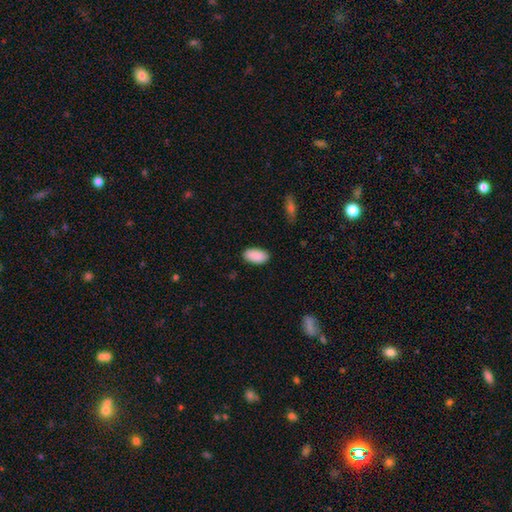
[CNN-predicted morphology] A smooth galaxy with no disk features (91%) that is in between round and cigar-shaped (95%). Merging: none (87%).